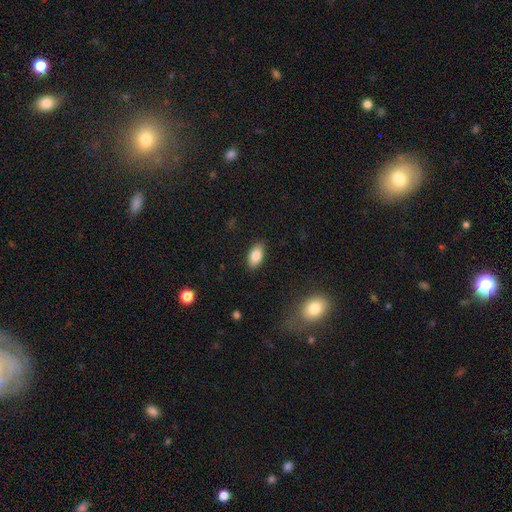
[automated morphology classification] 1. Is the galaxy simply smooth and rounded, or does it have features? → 85% smooth, 8% star or artifact, 8% featured or disk.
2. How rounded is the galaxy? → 91% in between, 5% cigar-shaped, 4% round.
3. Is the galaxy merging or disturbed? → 87% none, 10% minor disturbance, 2% major disturbance, 1% merger.